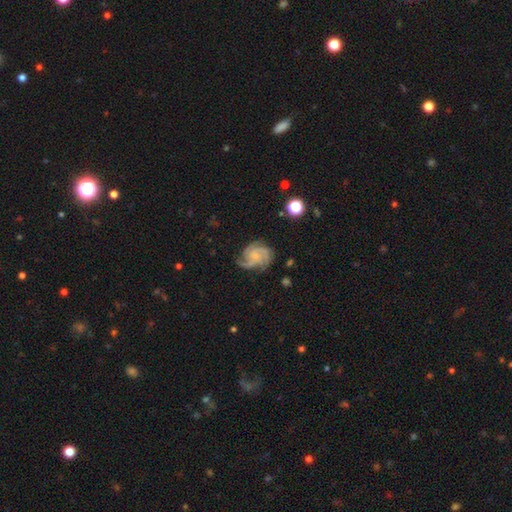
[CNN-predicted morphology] featured or disk 84%, smooth 10%, star or artifact 6%. Down the decision tree: edge-on disk — no (98%); bar — no (68%); spiral arms — yes (98%); spiral arm count — 3 (53%); spiral winding — tight (48%); bulge size — small (42%); merging — none (72%).